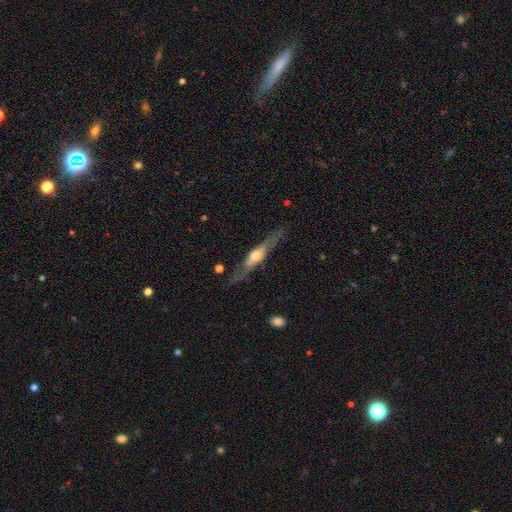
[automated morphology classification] This is likely a featured or disk galaxy (65%). It is clearly viewed edge-on (87%). Edge-on bulge: clearly rounded (81%). Merging: likely none (72%).